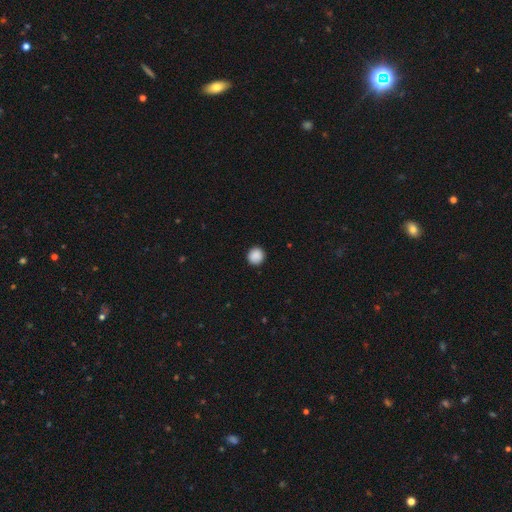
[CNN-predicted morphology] A smooth galaxy with no disk features (89%) that is round (93%). Merging: none (92%).